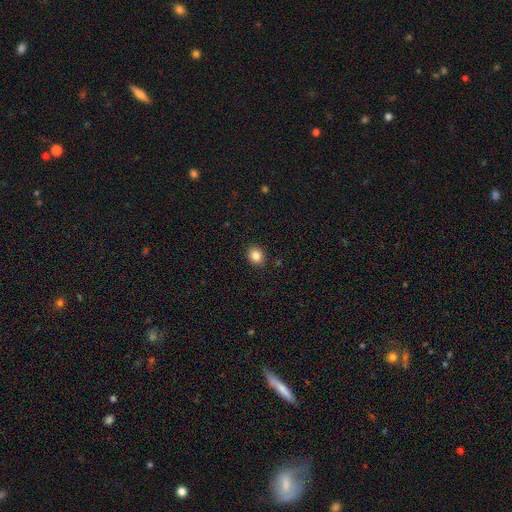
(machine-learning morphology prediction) smooth-or-featured: smooth: 84% | star or artifact: 10% | featured or disk: 6%
  how-rounded: round: 66% | in between: 33% | cigar-shaped: 1%
  merging: none: 90% | minor disturbance: 7% | major disturbance: 2% | merger: 1%